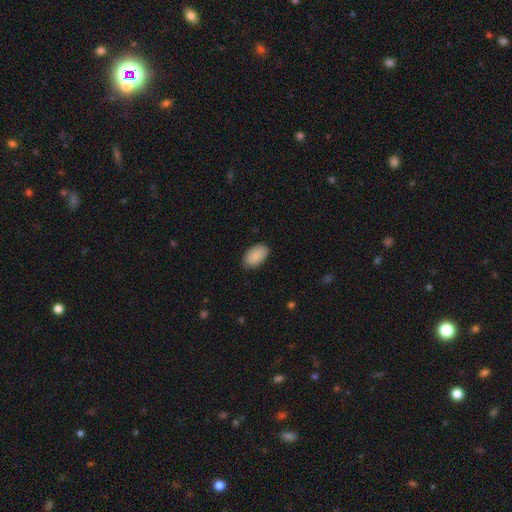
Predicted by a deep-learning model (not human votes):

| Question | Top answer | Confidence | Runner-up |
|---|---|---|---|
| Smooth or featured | smooth | 91% | star or artifact (6%) |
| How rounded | in between | 95% | round (4%) |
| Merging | none | 86% | minor disturbance (11%) |